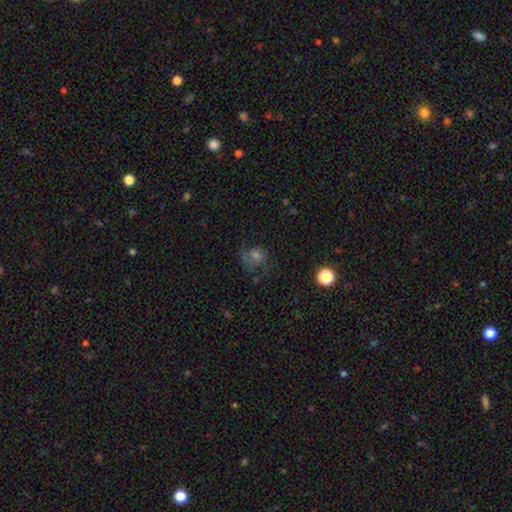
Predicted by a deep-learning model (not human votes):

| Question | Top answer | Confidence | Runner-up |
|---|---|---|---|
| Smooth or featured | smooth | 52% | star or artifact (26%) |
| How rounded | round | 69% | in between (30%) |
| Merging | none | 48% | major disturbance (27%) |